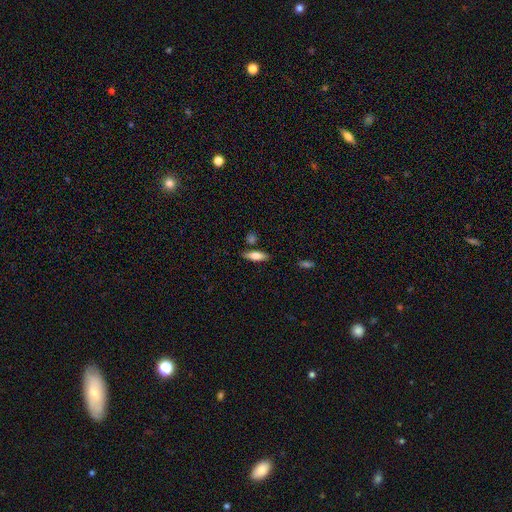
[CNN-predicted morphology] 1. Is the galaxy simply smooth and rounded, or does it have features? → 71% smooth, 22% featured or disk, 7% star or artifact.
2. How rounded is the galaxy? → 57% in between, 40% cigar-shaped, 2% round.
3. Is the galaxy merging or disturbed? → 80% none, 12% minor disturbance, 5% merger, 3% major disturbance.